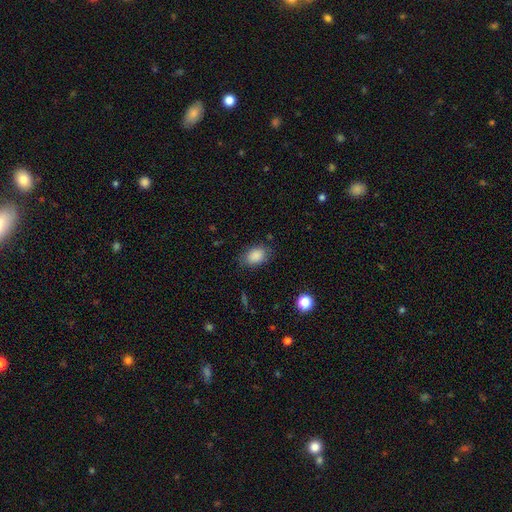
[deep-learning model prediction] The model was most divided on "merging": none: 78%, minor disturbance: 16%, major disturbance: 5%, merger: 1%. More confident: smooth or featured — smooth (87%); how rounded — in between (82%).